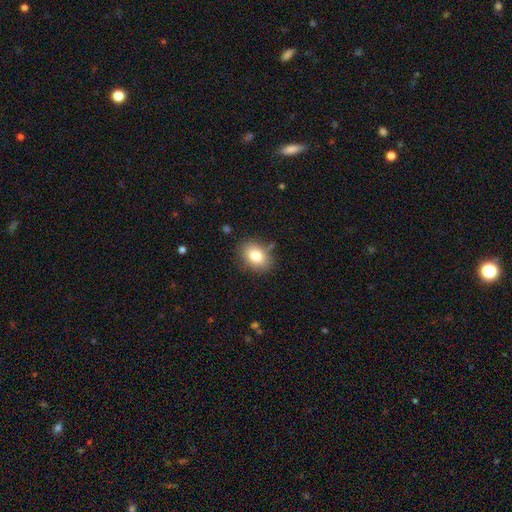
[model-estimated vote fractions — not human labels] Overall: smooth (81%). How rounded: in between (74%). Merging: none (81%).